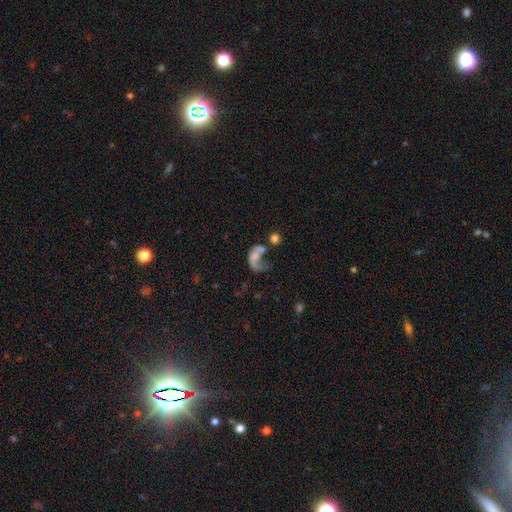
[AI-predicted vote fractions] smooth_or_featured: featured or disk (p=0.46) [alt: smooth p=0.42]
merging: major disturbance (p=0.47) [alt: merger p=0.26]